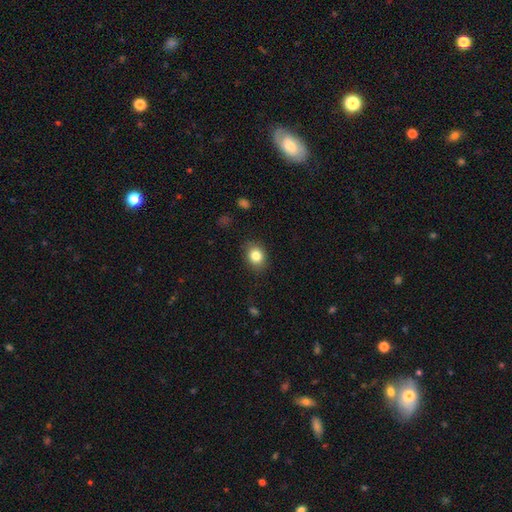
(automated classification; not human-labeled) Smooth or featured? Predicted: smooth (p=0.83). How rounded? Predicted: round (p=0.51). Merging? Predicted: none (p=0.85).